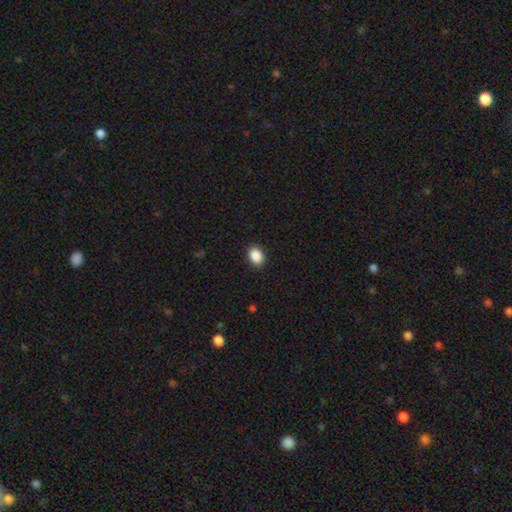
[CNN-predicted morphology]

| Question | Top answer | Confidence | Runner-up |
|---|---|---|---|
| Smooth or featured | smooth | 89% | star or artifact (8%) |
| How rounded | in between | 70% | round (29%) |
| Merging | none | 90% | minor disturbance (7%) |